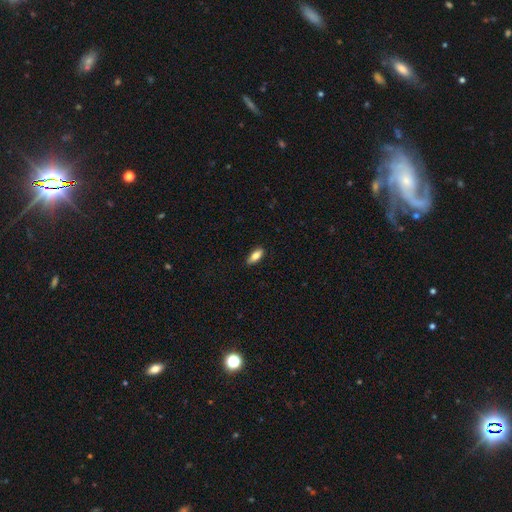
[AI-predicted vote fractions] This appears to be a smooth galaxy with no disk features (80%) that is in between round and cigar-shaped (78%). Merging: none (87%).